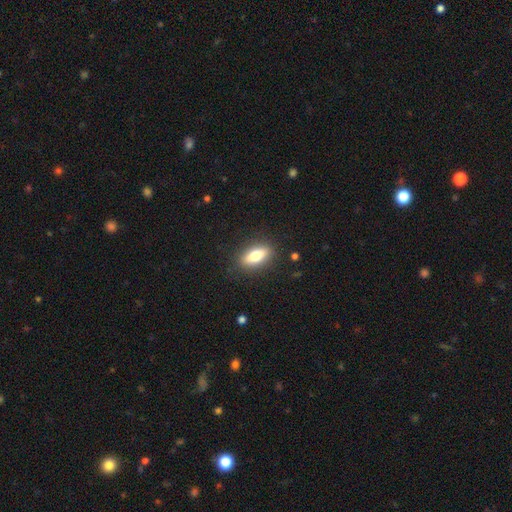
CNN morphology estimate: Smooth or featured? Predicted: smooth (p=0.67). How rounded? Predicted: in between (p=0.70). Merging? Predicted: none (p=0.87).